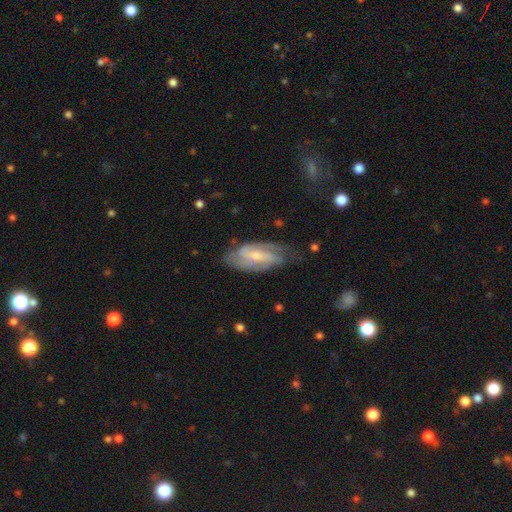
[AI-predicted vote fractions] smooth_or_featured: featured or disk (p=0.80) [alt: smooth p=0.15]
disk_edge_on: no (p=0.93) [alt: yes p=0.07]
bar: weak (p=0.44) [alt: no p=0.30]
has_spiral_arms: yes (p=0.94) [alt: no p=0.06]
spiral_winding: medium (p=0.44) [alt: tight p=0.39]
spiral_arm_count: 2 (p=0.65) [alt: can't tell p=0.16]
bulge_size: small (p=0.60) [alt: moderate p=0.34]
merging: none (p=0.66) [alt: minor disturbance p=0.23]